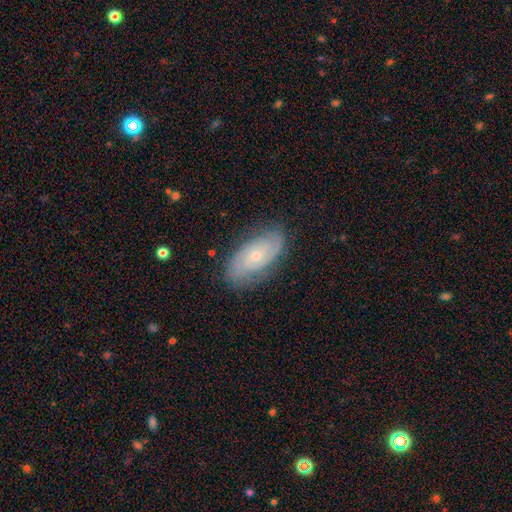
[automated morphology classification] This appears to be a featured or disk galaxy (70%) with no bar (74%), 2 (55%) tight (57%) spiral arms (90%) and a small central bulge (71%). Merging: none (79%).